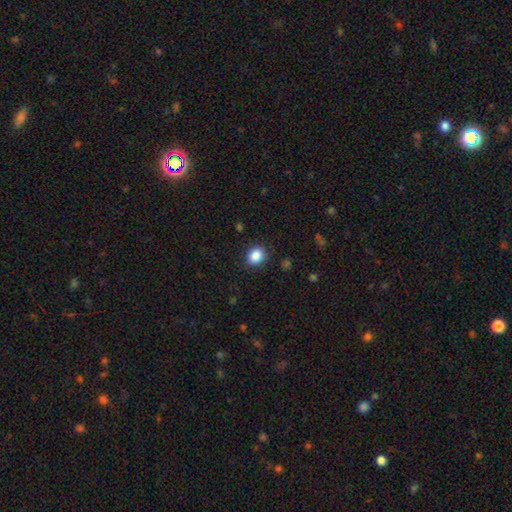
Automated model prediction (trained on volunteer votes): Smooth or featured? Predicted: smooth (p=0.88). How rounded? Predicted: in between (p=0.50). Merging? Predicted: none (p=0.87).